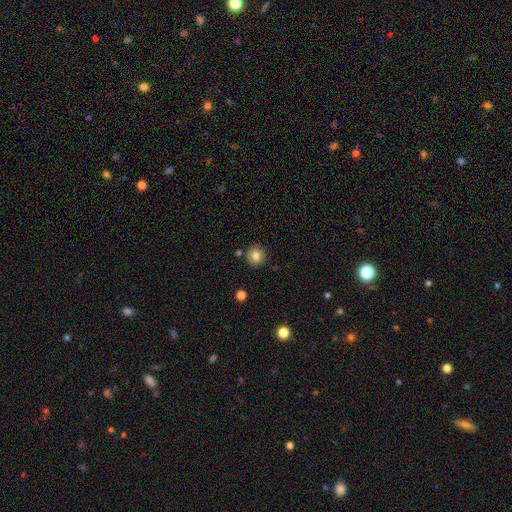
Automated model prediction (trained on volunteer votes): Overall: smooth (81%). How rounded: round (84%). Merging: none (84%).